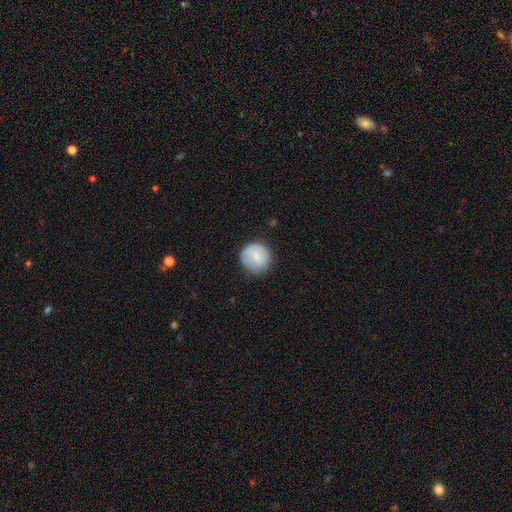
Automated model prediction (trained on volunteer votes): This appears to be a smooth galaxy with no disk features (82%) that is round (93%). Merging: none (79%).